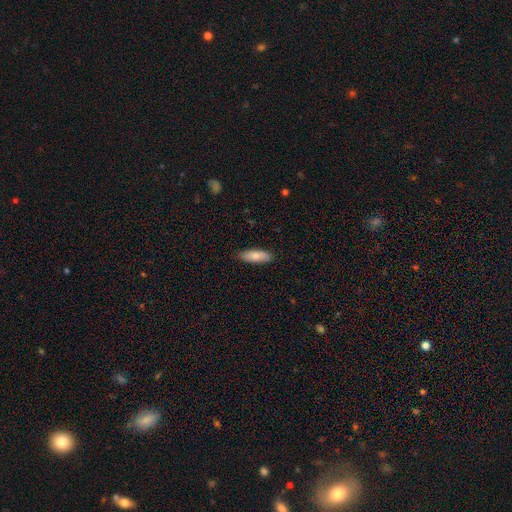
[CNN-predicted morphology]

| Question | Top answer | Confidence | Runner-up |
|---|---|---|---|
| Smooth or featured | smooth | 80% | featured or disk (14%) |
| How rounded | in between | 63% | cigar-shaped (35%) |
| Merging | none | 87% | minor disturbance (11%) |